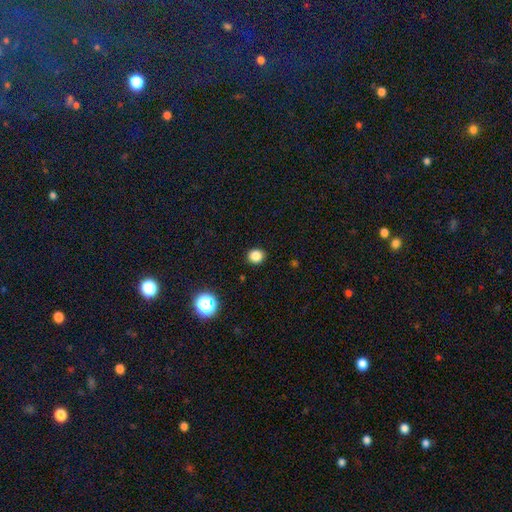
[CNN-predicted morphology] Q: Smooth or featured?
A: smooth (84%); runner-up: star or artifact (13%)
Q: How rounded?
A: round (82%); runner-up: in between (17%)
Q: Merging?
A: none (92%); runner-up: minor disturbance (5%)